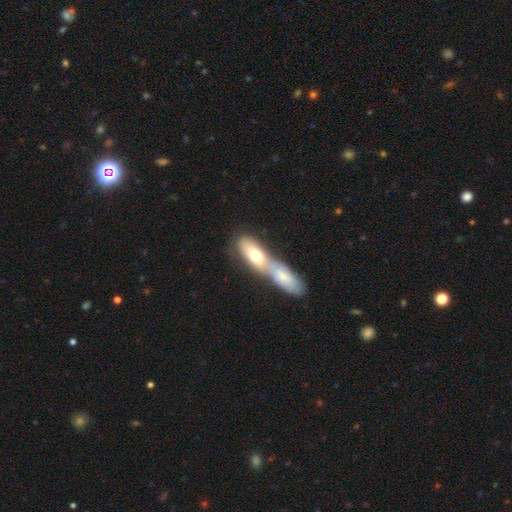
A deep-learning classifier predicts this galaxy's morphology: smooth 67%, featured or disk 27%, star or artifact 6%. Down the decision tree: how rounded — in between (69%); merging — merger (69%).